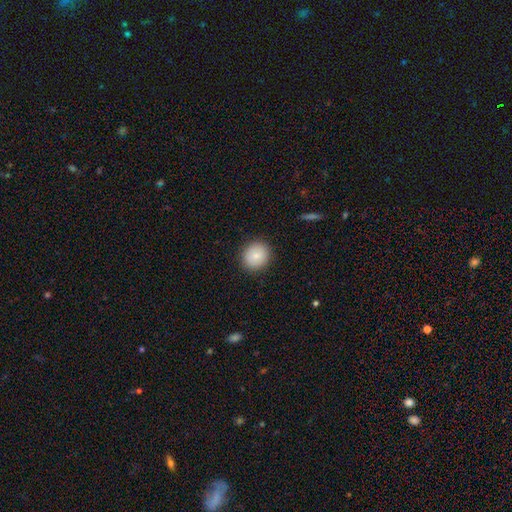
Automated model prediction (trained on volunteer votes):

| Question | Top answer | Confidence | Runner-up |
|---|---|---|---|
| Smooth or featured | smooth | 86% | star or artifact (8%) |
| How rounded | round | 84% | in between (15%) |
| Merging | none | 90% | minor disturbance (7%) |